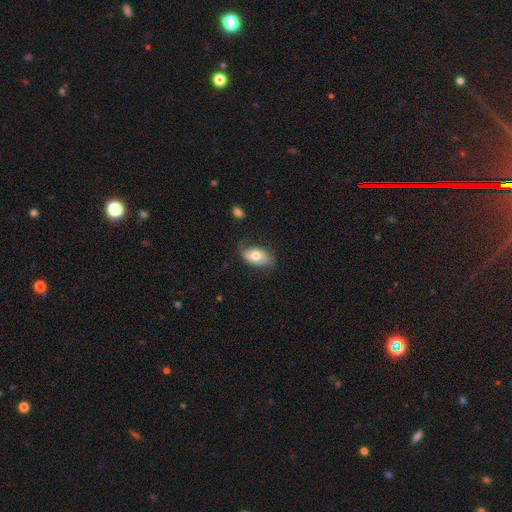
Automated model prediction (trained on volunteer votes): Smooth or featured?
  - smooth: 61% *
  - featured or disk: 32%
  - star or artifact: 7%
How rounded?
  - in between: 91% *
  - round: 8%
  - cigar-shaped: 2%
Merging?
  - none: 66% *
  - minor disturbance: 25%
  - major disturbance: 7%
  - merger: 2%